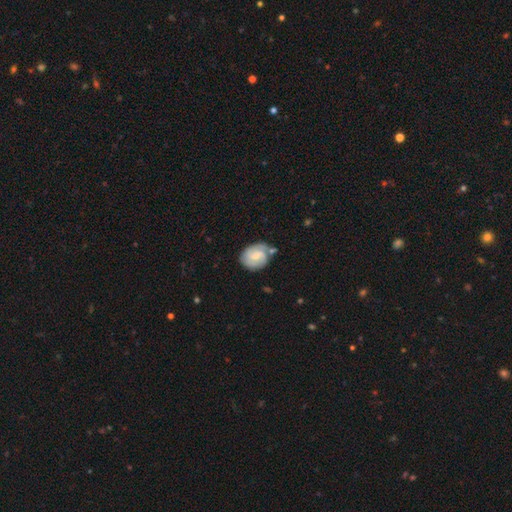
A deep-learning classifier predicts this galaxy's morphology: This appears to be a featured or disk galaxy (62%) with a weak bar (49%), 2 (55%) tight (48%) spiral arms (90%) and a small central bulge (54%). Merging: none (61%).